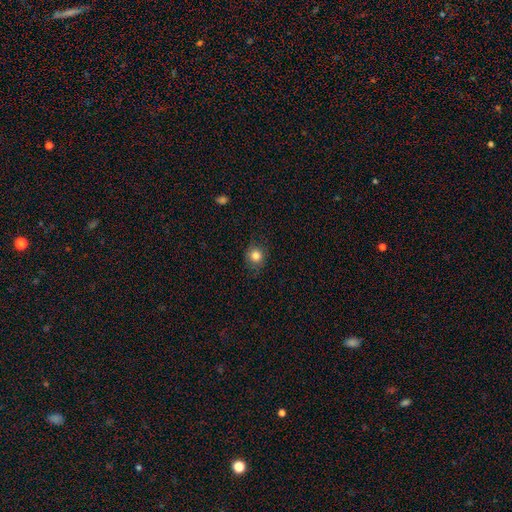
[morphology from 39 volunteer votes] A smooth galaxy with no disk features (90%) that is round (86%). Merging: none (84%).